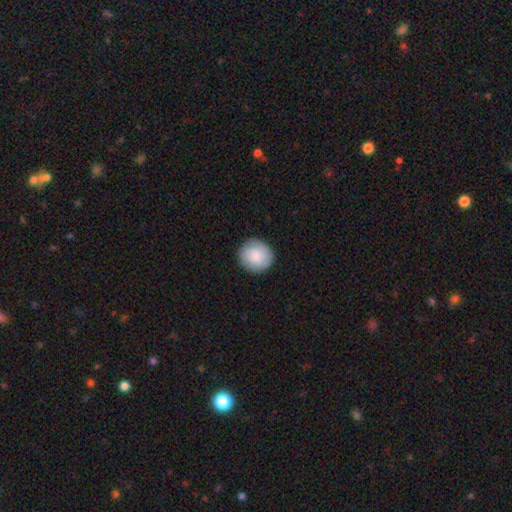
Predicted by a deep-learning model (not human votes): Smooth or featured?
  - smooth: 83% *
  - featured or disk: 11%
  - star or artifact: 6%
How rounded?
  - round: 90% *
  - in between: 9%
  - cigar-shaped: 1%
Merging?
  - none: 88% *
  - minor disturbance: 9%
  - major disturbance: 2%
  - merger: 1%